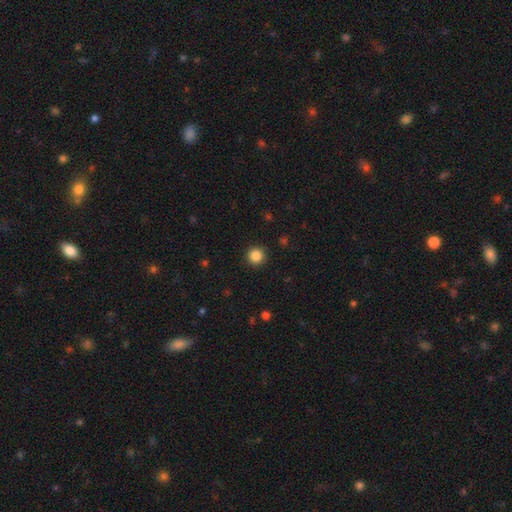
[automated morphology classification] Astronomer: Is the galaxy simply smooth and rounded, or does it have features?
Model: smooth — 86%.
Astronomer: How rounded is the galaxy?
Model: round — 95%.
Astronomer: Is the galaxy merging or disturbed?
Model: none — 92%.